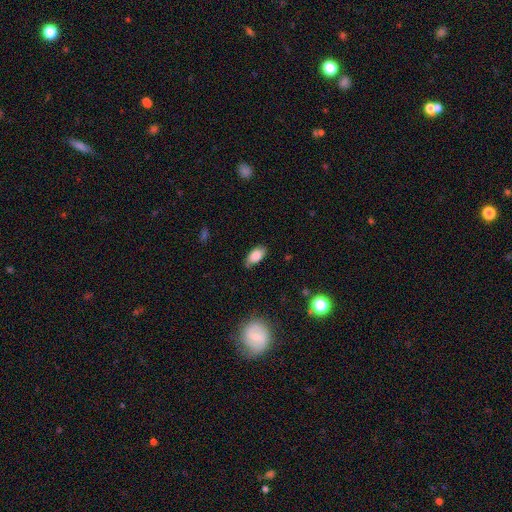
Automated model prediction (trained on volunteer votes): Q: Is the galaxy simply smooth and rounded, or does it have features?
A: smooth — 83%.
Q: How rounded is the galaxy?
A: in between — 91%.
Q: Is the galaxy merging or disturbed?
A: none — 78%.